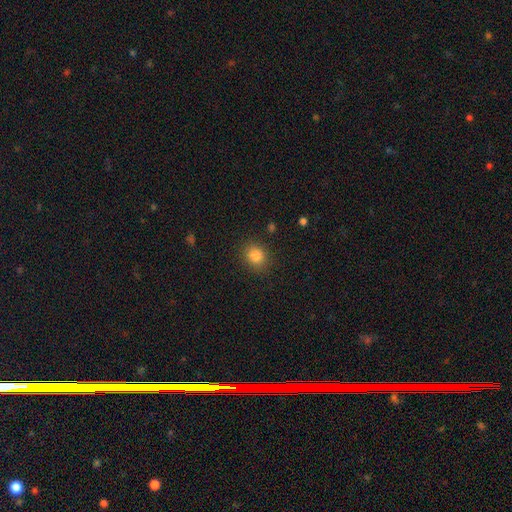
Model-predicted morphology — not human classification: smooth_or_featured: smooth (p=0.84) [alt: star or artifact p=0.11]
how_rounded: round (p=0.70) [alt: in between p=0.29]
merging: none (p=0.86) [alt: minor disturbance p=0.09]